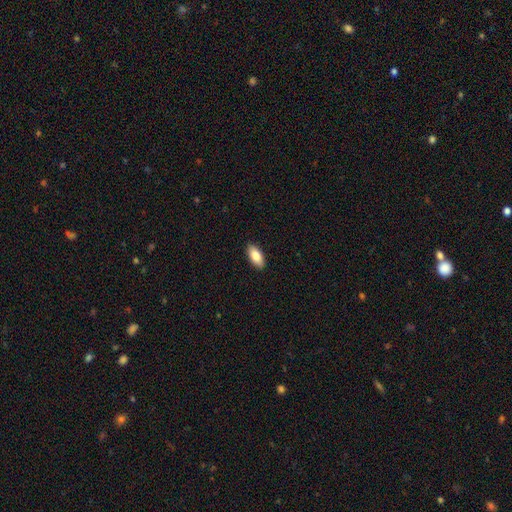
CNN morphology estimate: This appears to be a smooth galaxy with no disk features (85%) that is in between round and cigar-shaped (90%). Merging: none (90%).